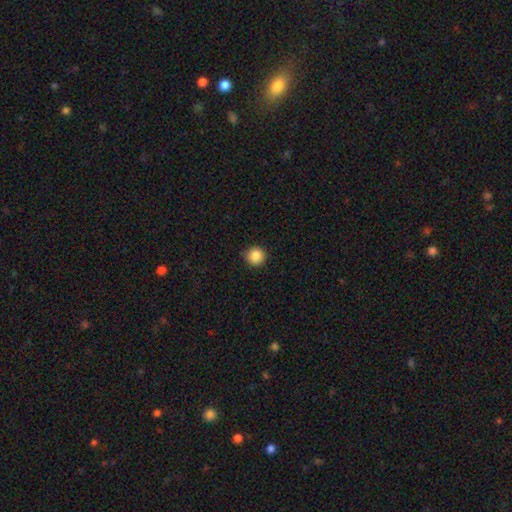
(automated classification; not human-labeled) Smooth or featured?
  - smooth: 87% *
  - star or artifact: 10%
  - featured or disk: 3%
How rounded?
  - round: 95% *
  - in between: 4%
  - cigar-shaped: 1%
Merging?
  - none: 89% *
  - minor disturbance: 8%
  - major disturbance: 2%
  - merger: 1%